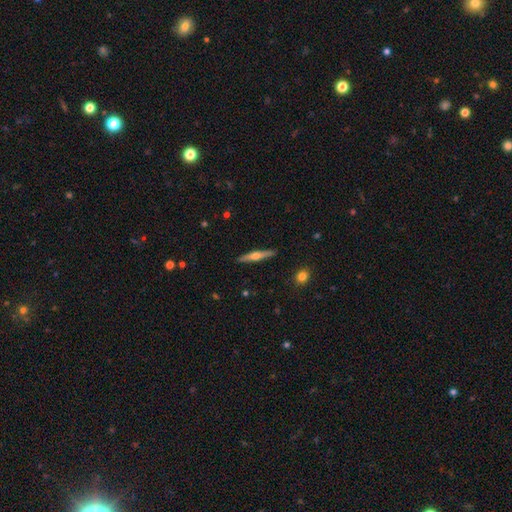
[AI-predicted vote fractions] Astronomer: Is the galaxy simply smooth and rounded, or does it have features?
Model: featured or disk — 61%.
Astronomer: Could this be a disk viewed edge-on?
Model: yes — 97%.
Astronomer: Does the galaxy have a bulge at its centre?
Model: rounded — 90%.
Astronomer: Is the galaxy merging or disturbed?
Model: none — 91%.